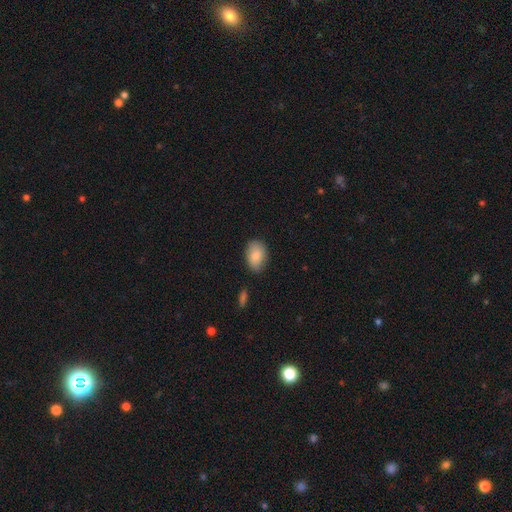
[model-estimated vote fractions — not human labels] Q: Smooth or featured?
A: smooth (85%); runner-up: featured or disk (9%)
Q: How rounded?
A: in between (86%); runner-up: round (12%)
Q: Merging?
A: none (81%); runner-up: minor disturbance (14%)